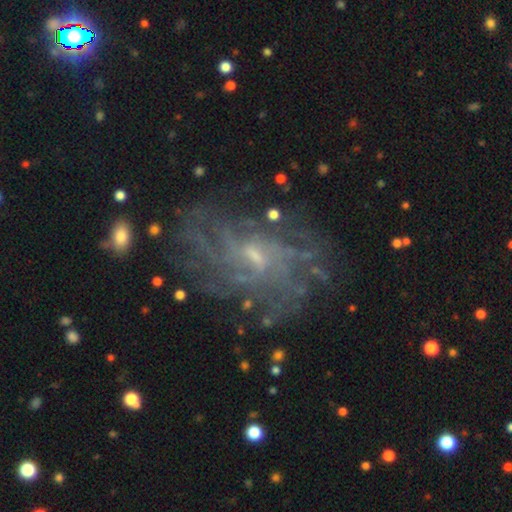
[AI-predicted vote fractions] Smooth or featured: featured or disk — 82% (star or artifact — 9%)
Edge-on disk: no — 96% (yes — 4%)
Bar: weak — 52% (no — 39%)
Spiral arms: yes — 88% (no — 12%)
Spiral winding: tight — 44% (medium — 37%)
Spiral arm count: can't tell — 40% (more than 4 — 23%)
Bulge size: small — 64% (moderate — 25%)
Merging: none — 68% (minor disturbance — 17%)